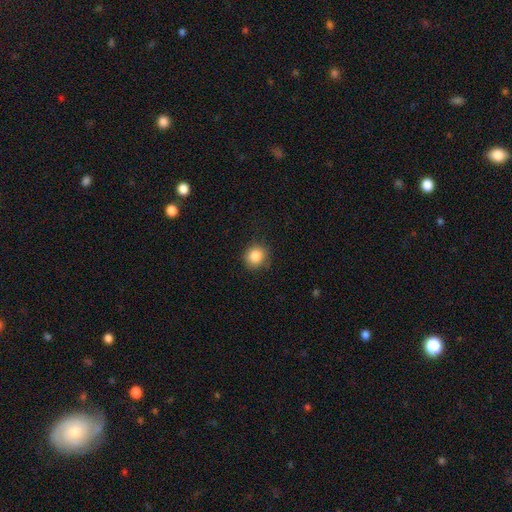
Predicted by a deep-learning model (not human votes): smooth-or-featured: smooth: 85% | star or artifact: 10% | featured or disk: 5%
  how-rounded: round: 87% | in between: 12% | cigar-shaped: 1%
  merging: none: 85% | minor disturbance: 11% | major disturbance: 3% | merger: 1%